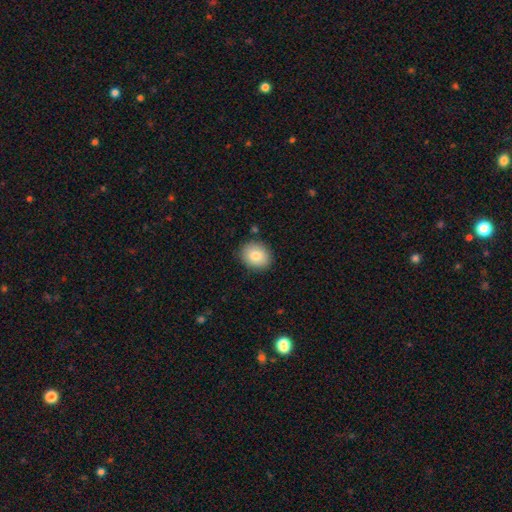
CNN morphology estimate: A smooth galaxy with no disk features (82%) that is round (61%). Merging: none (87%).